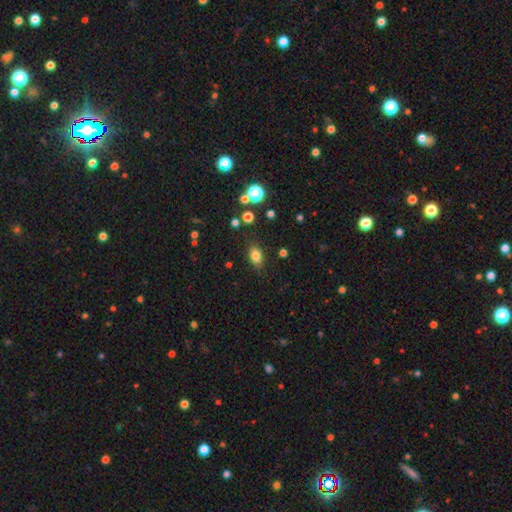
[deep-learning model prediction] Smooth or featured?
  - smooth: 80% *
  - star or artifact: 13%
  - featured or disk: 7%
How rounded?
  - in between: 80% *
  - round: 18%
  - cigar-shaped: 3%
Merging?
  - none: 83% *
  - minor disturbance: 11%
  - major disturbance: 4%
  - merger: 2%